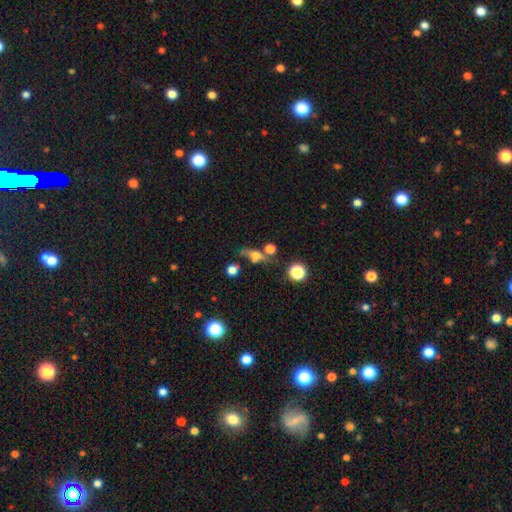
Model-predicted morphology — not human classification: Overall: smooth (47%; featured or disk 34%). Merging: none (46%; merger 19%).